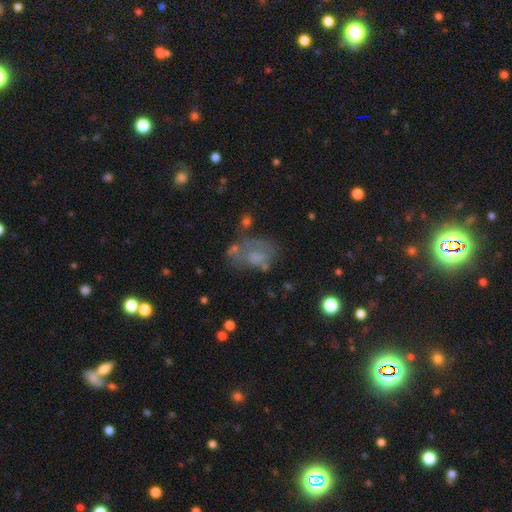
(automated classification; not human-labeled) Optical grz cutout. It shows a smooth galaxy with no disk features (47%). Merging: none (35%).